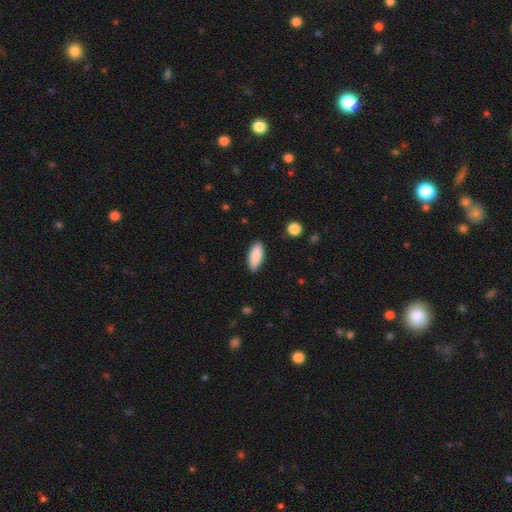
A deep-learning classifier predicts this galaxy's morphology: Smooth or featured? Predicted: smooth (p=0.89). How rounded? Predicted: in between (p=0.76). Merging? Predicted: none (p=0.87).